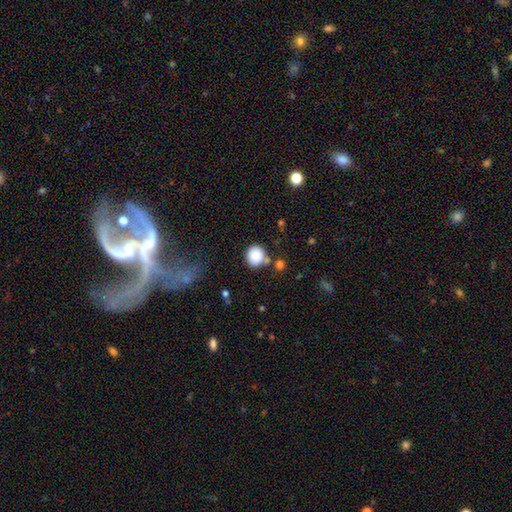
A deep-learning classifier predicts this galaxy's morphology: type=smooth (87%); roundness=round (82%); merging=none (72%).